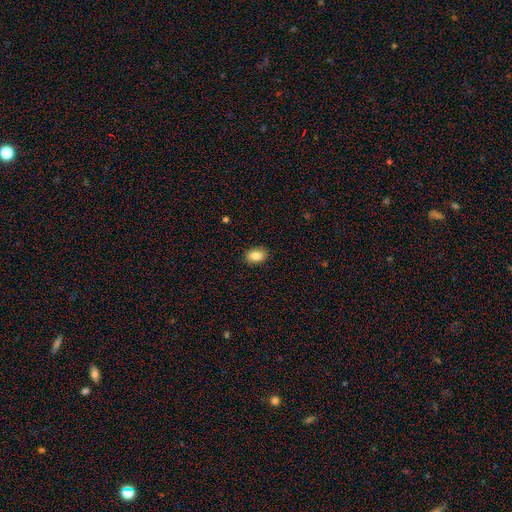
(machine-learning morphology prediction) smooth_or_featured: smooth (p=0.86) [alt: star or artifact p=0.08]
how_rounded: in between (p=0.82) [alt: round p=0.16]
merging: none (p=0.88) [alt: minor disturbance p=0.09]